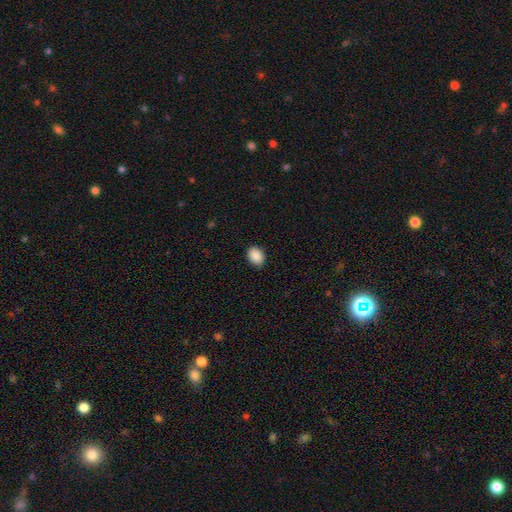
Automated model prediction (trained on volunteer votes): A smooth galaxy with no disk features (90%) that is in between round and cigar-shaped (66%). Merging: none (86%).